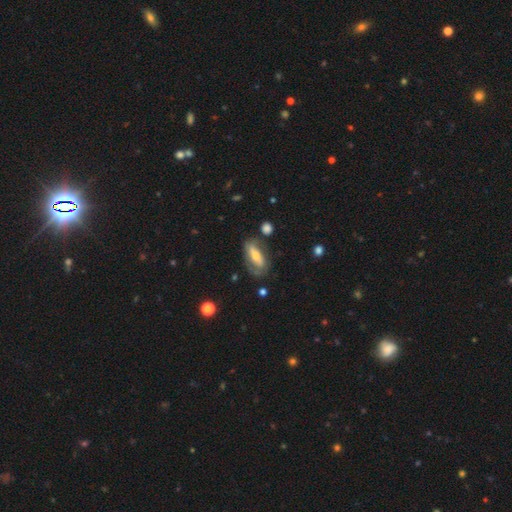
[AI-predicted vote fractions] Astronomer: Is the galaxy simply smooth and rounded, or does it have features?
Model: featured or disk — 59%.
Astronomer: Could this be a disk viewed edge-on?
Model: no — 80%.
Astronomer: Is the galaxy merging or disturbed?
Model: none — 62%.